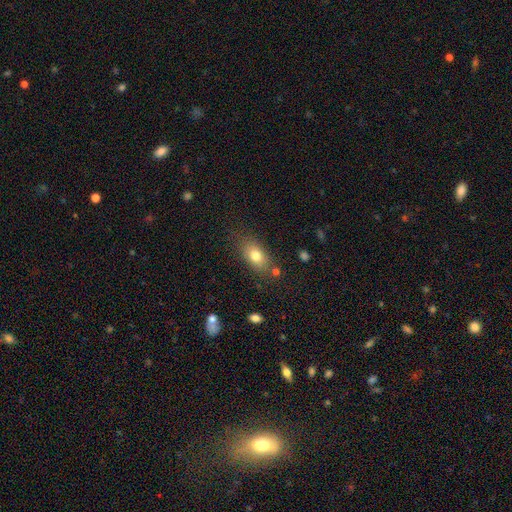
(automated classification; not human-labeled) Smooth or featured?
  - smooth: 78% *
  - featured or disk: 13%
  - star or artifact: 9%
How rounded?
  - in between: 83% *
  - round: 13%
  - cigar-shaped: 4%
Merging?
  - none: 75% *
  - minor disturbance: 16%
  - major disturbance: 5%
  - merger: 4%